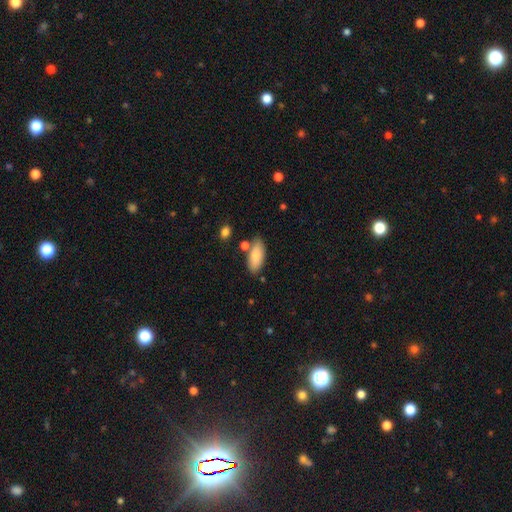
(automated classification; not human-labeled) Smooth or featured: smooth — 83% (featured or disk — 10%)
How rounded: in between — 86% (cigar-shaped — 11%)
Merging: none — 75% (minor disturbance — 14%)